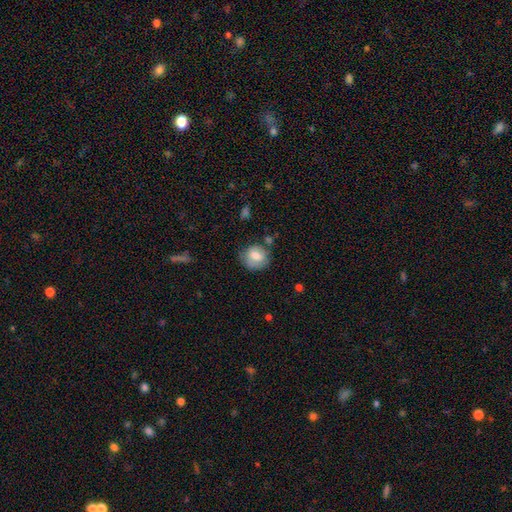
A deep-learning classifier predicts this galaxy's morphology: type=smooth (72%); roundness=round (77%); merging=none (68%).